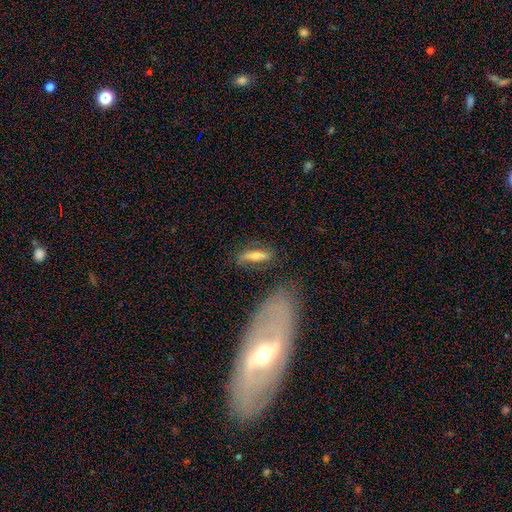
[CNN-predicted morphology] Q: Smooth or featured?
A: smooth (58%); runner-up: featured or disk (35%)
Q: How rounded?
A: cigar-shaped (63%); runner-up: in between (34%)
Q: Merging?
A: none (72%); runner-up: minor disturbance (17%)